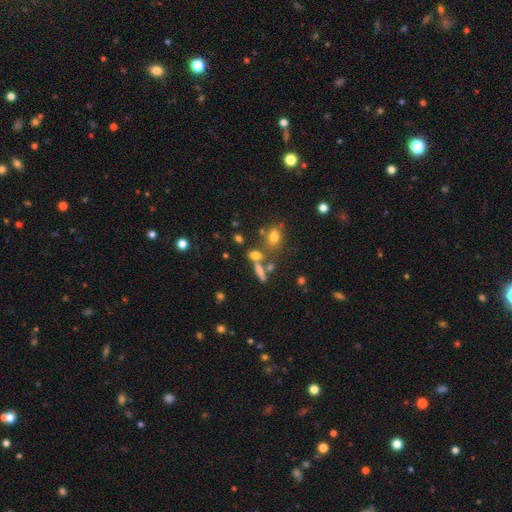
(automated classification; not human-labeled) Overall: smooth (63%). How rounded: in between (44%; cigar-shaped 34%). Merging: none (56%; merger 27%).